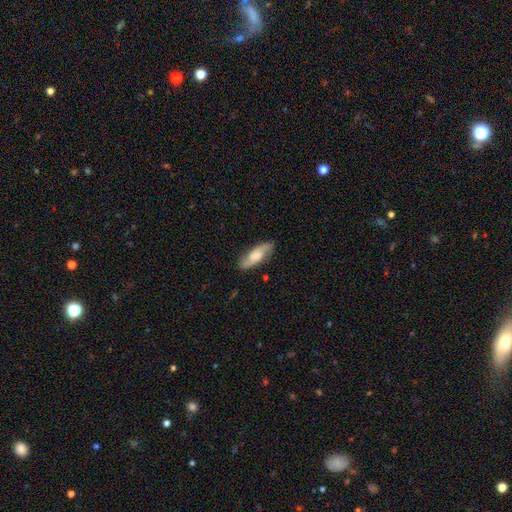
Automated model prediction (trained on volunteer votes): A smooth galaxy with no disk features (52%) that is in between round and cigar-shaped (63%).

Vote fractions:
- Smooth or featured? smooth: 52% / featured or disk: 42% / star or artifact: 6%
- How rounded? in between: 63% / cigar-shaped: 35% / round: 2%
- Merging? none: 82% / minor disturbance: 14% / major disturbance: 3% / merger: 1%